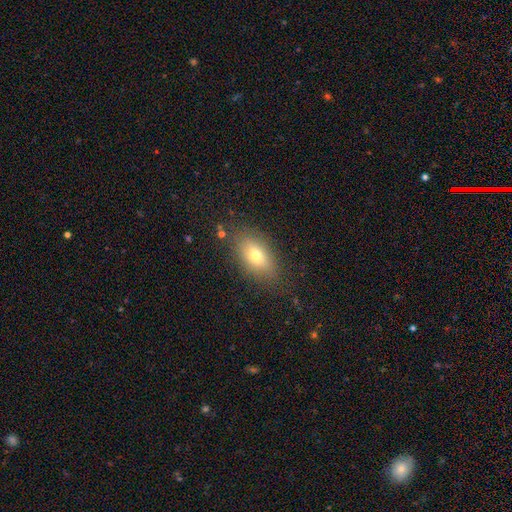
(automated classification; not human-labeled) Smooth or featured: smooth — 71% (featured or disk — 18%)
How rounded: in between — 85% (round — 9%)
Merging: none — 81% (minor disturbance — 13%)